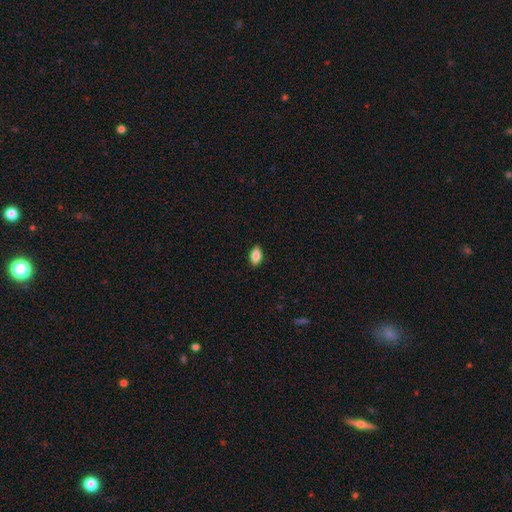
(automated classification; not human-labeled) A smooth galaxy with no disk features (85%) that is in between round and cigar-shaped (90%). Merging: none (89%).